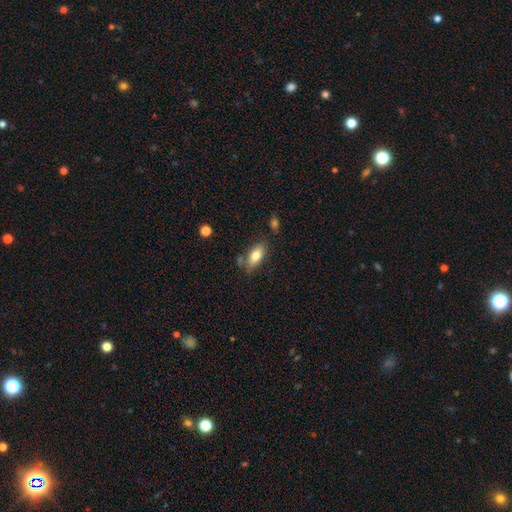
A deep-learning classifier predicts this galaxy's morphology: This appears to be a smooth galaxy with no disk features (79%) that is in between round and cigar-shaped (88%). Merging: none (72%).